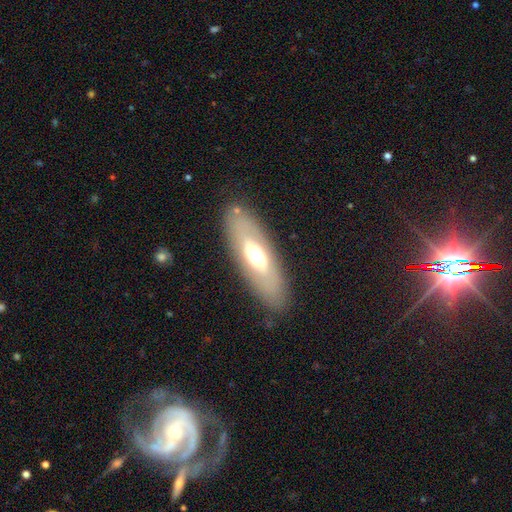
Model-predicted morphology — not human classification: Smooth or featured: smooth — 48% (featured or disk — 45%)
Merging: none — 84% (minor disturbance — 10%)